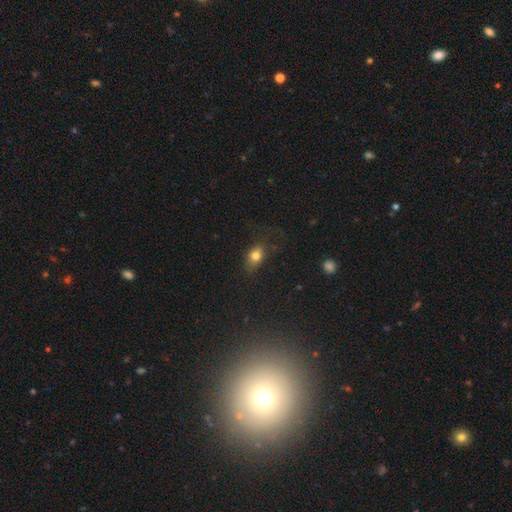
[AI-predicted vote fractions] smooth-or-featured: smooth: 77% | star or artifact: 13% | featured or disk: 11%
  how-rounded: in between: 72% | round: 25% | cigar-shaped: 4%
  merging: none: 61% | minor disturbance: 23% | major disturbance: 14% | merger: 2%